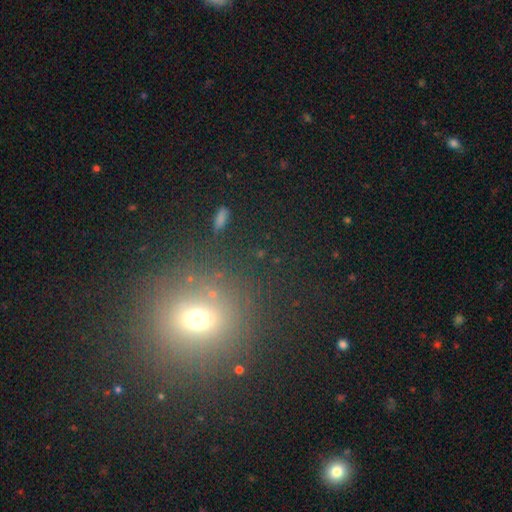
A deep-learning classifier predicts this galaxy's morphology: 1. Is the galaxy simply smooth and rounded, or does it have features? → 52% smooth, 36% star or artifact, 12% featured or disk.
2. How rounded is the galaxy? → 79% round, 19% in between, 2% cigar-shaped.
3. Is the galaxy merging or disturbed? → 83% none, 9% minor disturbance, 4% major disturbance, 4% merger.